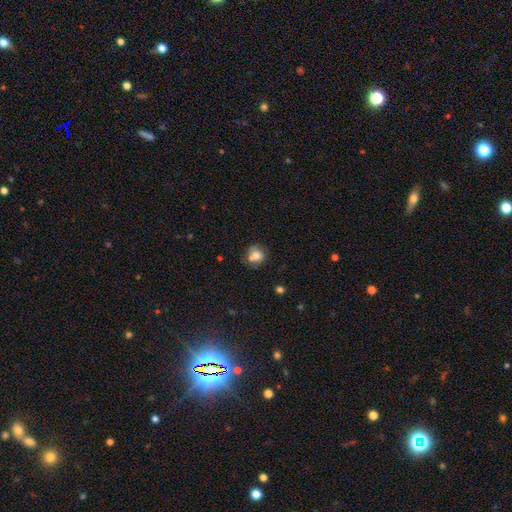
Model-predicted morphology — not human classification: smooth_or_featured: smooth (p=0.70) [alt: featured or disk p=0.19]
how_rounded: round (p=0.78) [alt: in between p=0.21]
merging: none (p=0.54) [alt: merger p=0.23]